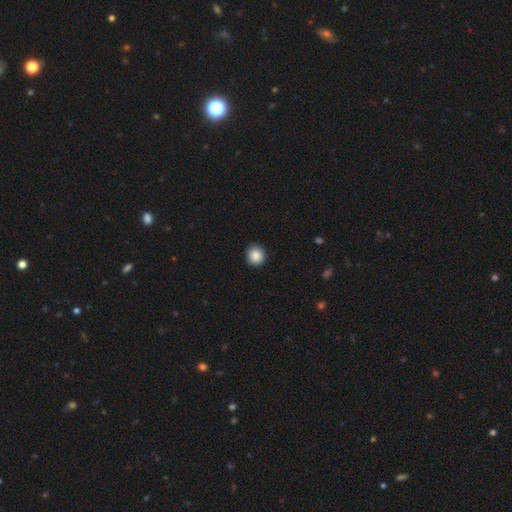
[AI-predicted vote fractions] Smooth or featured? Predicted: smooth (p=0.88). How rounded? Predicted: round (p=0.89). Merging? Predicted: none (p=0.92).